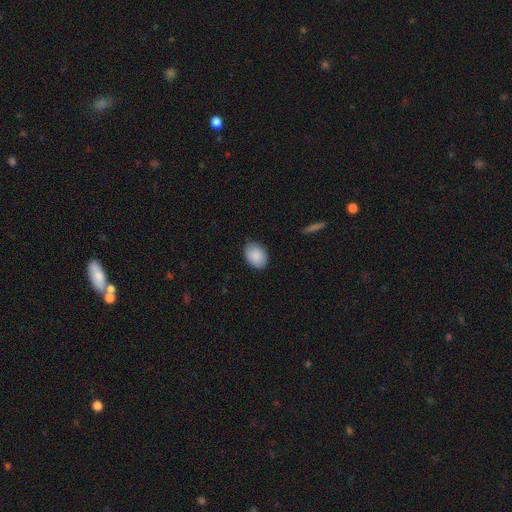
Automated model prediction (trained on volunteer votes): The model was most divided on "how rounded": in between: 80%, round: 19%, cigar-shaped: 1%. More confident: smooth or featured — smooth (89%); merging — none (82%).